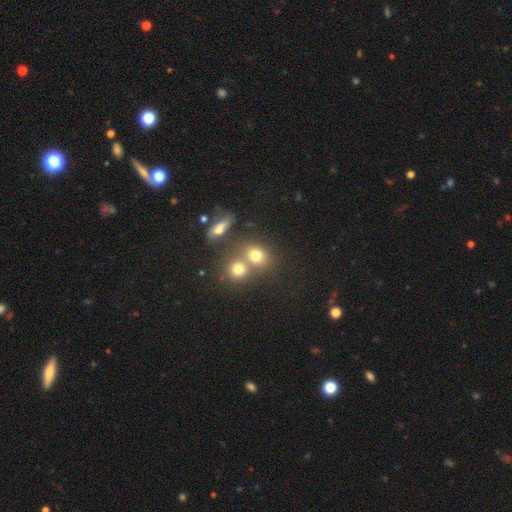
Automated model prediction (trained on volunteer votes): Q: Smooth or featured?
A: smooth (73%); runner-up: star or artifact (15%)
Q: How rounded?
A: round (72%); runner-up: in between (27%)
Q: Merging?
A: none (46%); runner-up: merger (42%)